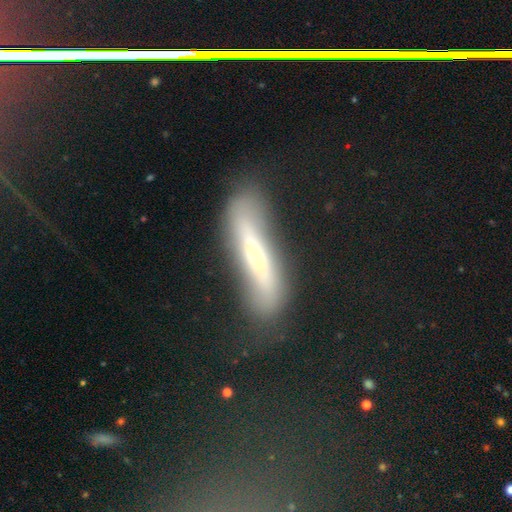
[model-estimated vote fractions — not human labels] Morphology: type=featured or disk (52%); edge-on=yes (62%); merging=none (65%).